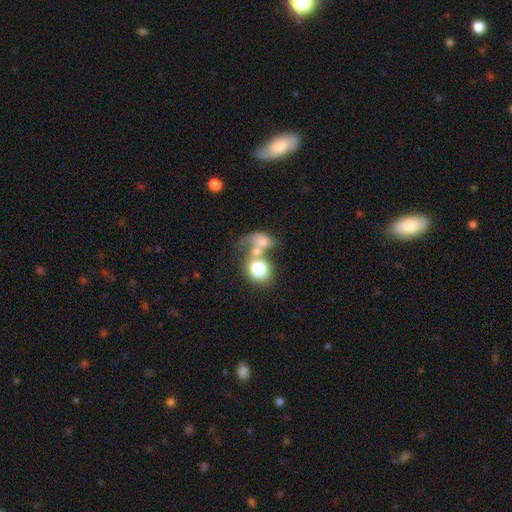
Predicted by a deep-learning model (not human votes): The model was most divided on "how rounded": round: 57%, in between: 41%, cigar-shaped: 1%. More confident: smooth or featured — smooth (66%); merging — merger (61%).